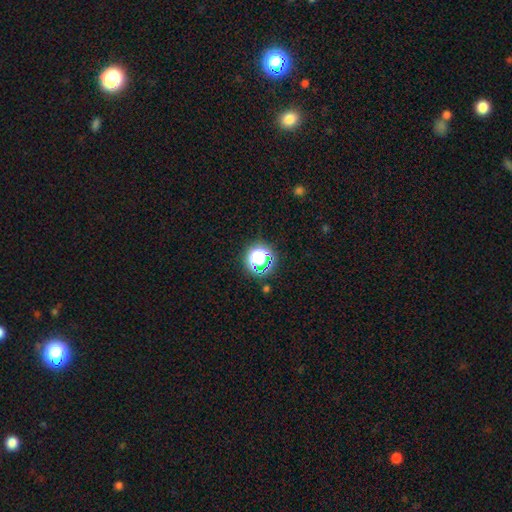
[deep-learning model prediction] A smooth galaxy with no disk features (45%). Merging: none (76%).